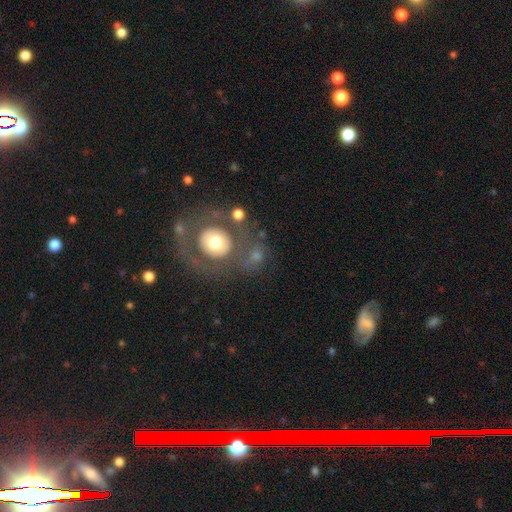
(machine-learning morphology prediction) A smooth galaxy with no disk features (48%).

Vote fractions:
- Smooth or featured? smooth: 48% / featured or disk: 42% / star or artifact: 10%
- Merging? none: 66% / minor disturbance: 14% / major disturbance: 14% / merger: 7%